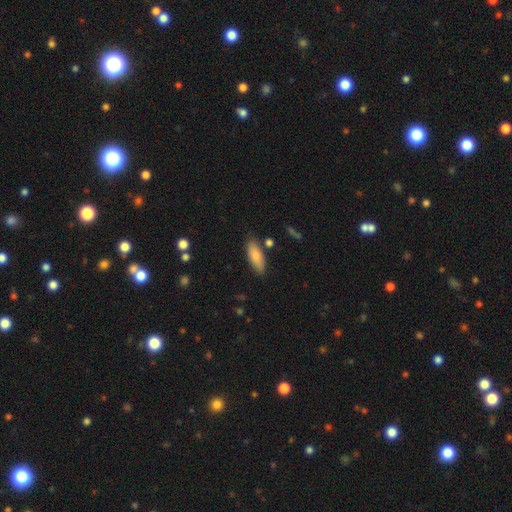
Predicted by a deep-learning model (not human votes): This appears to be a smooth galaxy with no disk features (80%) that is in between round and cigar-shaped (70%). Merging: none (82%).